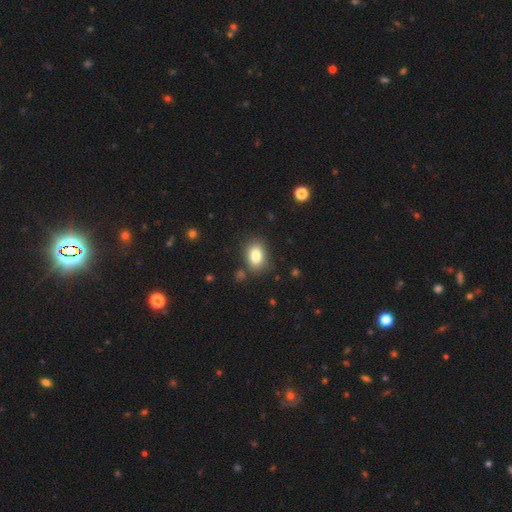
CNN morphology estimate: smooth 83%, star or artifact 9%, featured or disk 8%. Down the decision tree: how rounded — in between (81%); merging — none (80%).